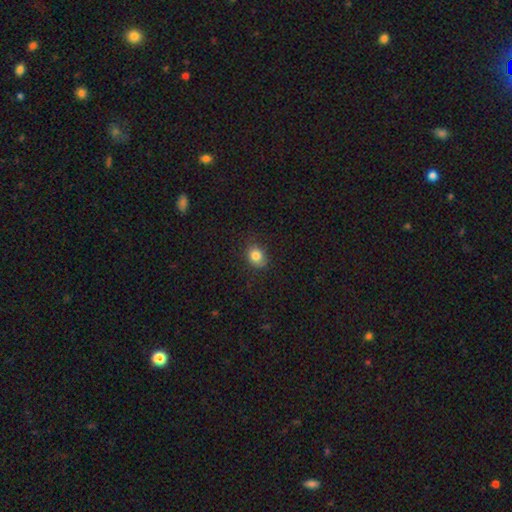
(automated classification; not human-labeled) smooth 83%, star or artifact 11%, featured or disk 7%. Down the decision tree: how rounded — round (53%); merging — none (79%).